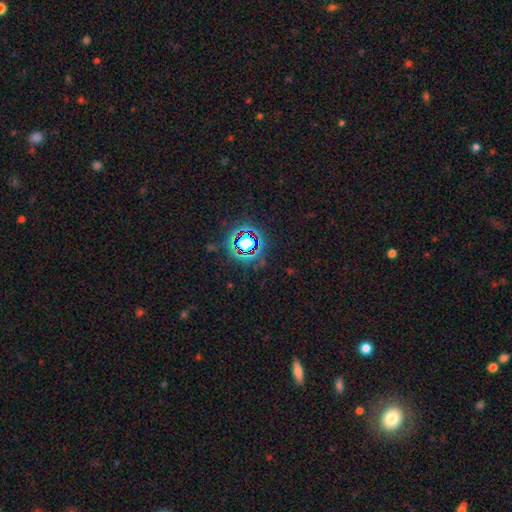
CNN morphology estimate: The model was most divided on "smooth or featured": star or artifact: 77%, smooth: 14%, featured or disk: 9%.